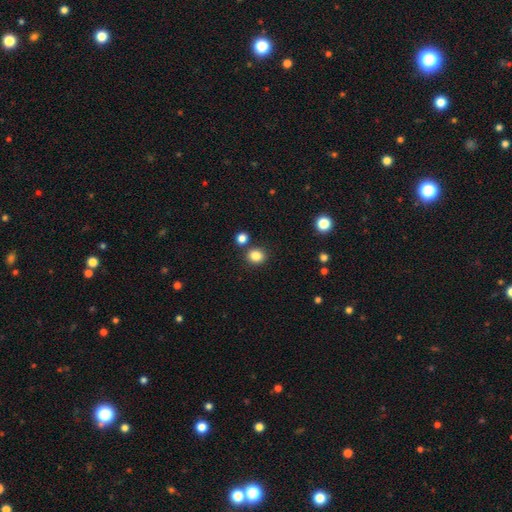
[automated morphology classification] Q: Smooth or featured?
A: smooth (84%); runner-up: star or artifact (12%)
Q: How rounded?
A: round (77%); runner-up: in between (22%)
Q: Merging?
A: none (82%); runner-up: merger (8%)